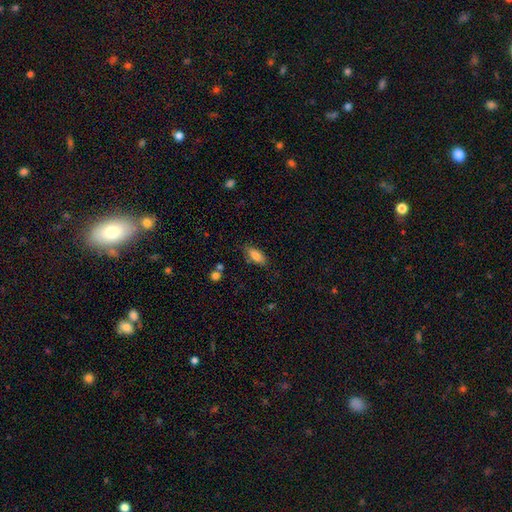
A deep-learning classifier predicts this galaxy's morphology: A smooth galaxy with no disk features (80%) that is in between round and cigar-shaped (82%). Merging: none (78%).